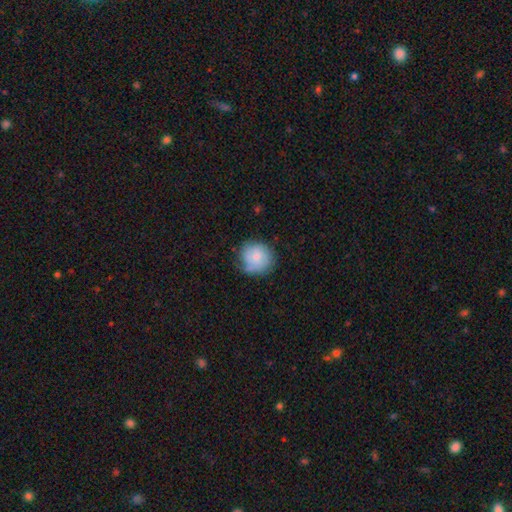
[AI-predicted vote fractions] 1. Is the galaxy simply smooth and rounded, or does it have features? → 59% smooth, 33% featured or disk, 7% star or artifact.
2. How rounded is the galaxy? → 88% round, 11% in between, 1% cigar-shaped.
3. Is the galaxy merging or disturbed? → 63% none, 26% minor disturbance, 9% major disturbance, 2% merger.